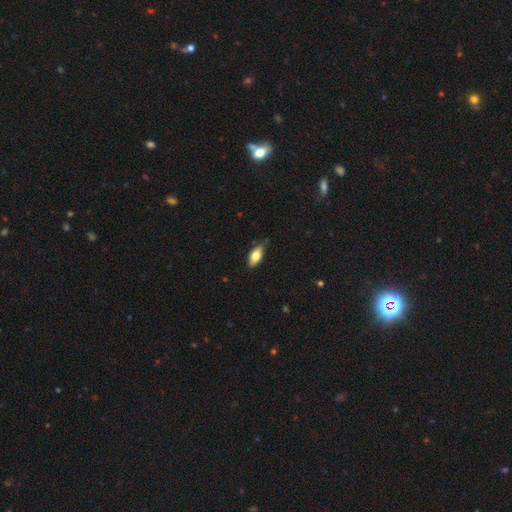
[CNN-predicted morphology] Smooth or featured?
  - smooth: 73% *
  - featured or disk: 21%
  - star or artifact: 6%
How rounded?
  - in between: 85% *
  - cigar-shaped: 13%
  - round: 3%
Merging?
  - none: 77% *
  - minor disturbance: 19%
  - major disturbance: 3%
  - merger: 1%